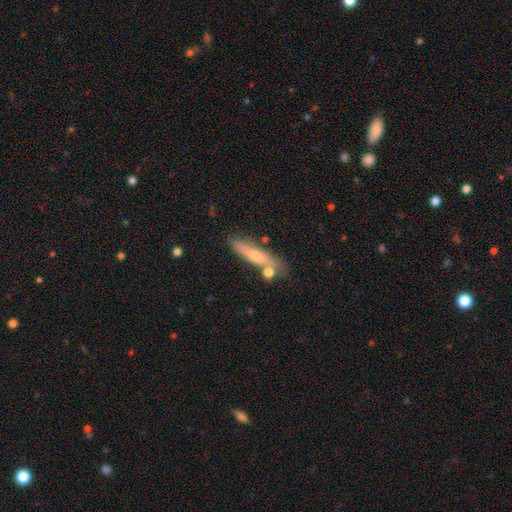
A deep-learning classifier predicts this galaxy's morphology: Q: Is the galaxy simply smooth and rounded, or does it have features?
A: smooth — 57%.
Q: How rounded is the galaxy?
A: cigar-shaped — 82%.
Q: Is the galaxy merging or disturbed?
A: none — 70%.